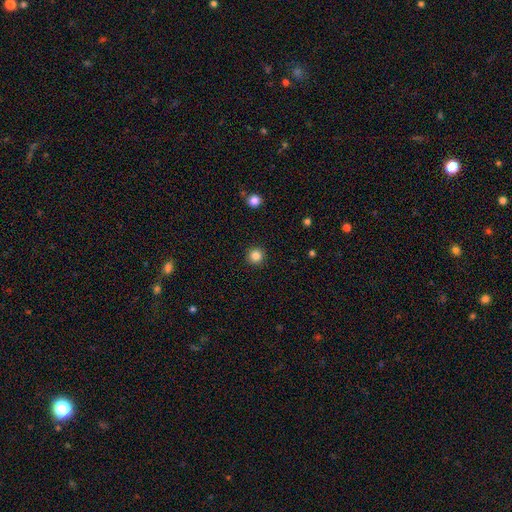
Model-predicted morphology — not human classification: The model was most divided on "smooth or featured": smooth: 84%, star or artifact: 11%, featured or disk: 4%. More confident: how rounded — round (96%); merging — none (93%).